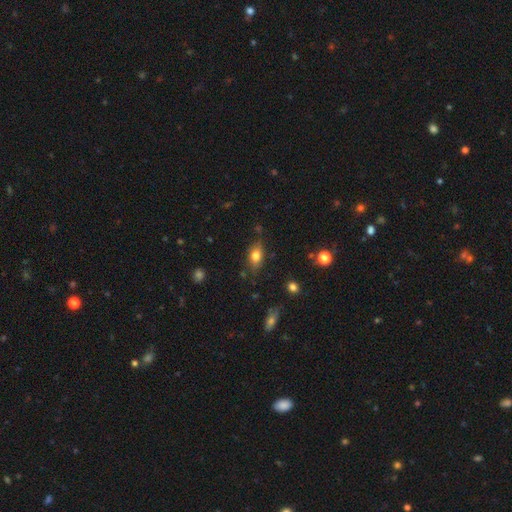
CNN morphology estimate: Q: Smooth or featured?
A: smooth (76%); runner-up: featured or disk (15%)
Q: How rounded?
A: in between (85%); runner-up: round (10%)
Q: Merging?
A: none (76%); runner-up: minor disturbance (17%)